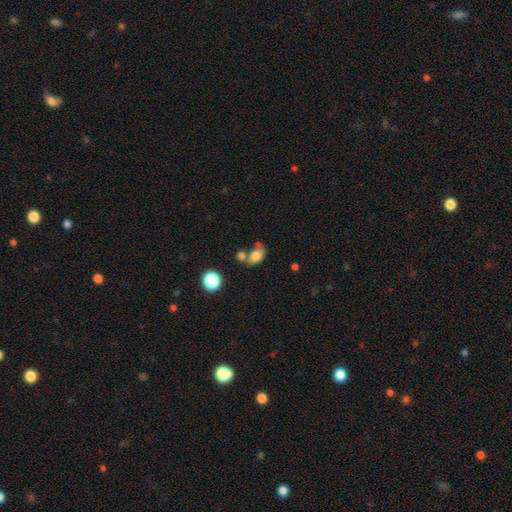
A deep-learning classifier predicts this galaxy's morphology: A smooth galaxy with no disk features (77%) that is in between round and cigar-shaped (72%).

Vote fractions:
- Smooth or featured? smooth: 77% / featured or disk: 11% / star or artifact: 11%
- How rounded? in between: 72% / round: 27% / cigar-shaped: 1%
- Merging? none: 40% / merger: 36% / minor disturbance: 15% / major disturbance: 8%